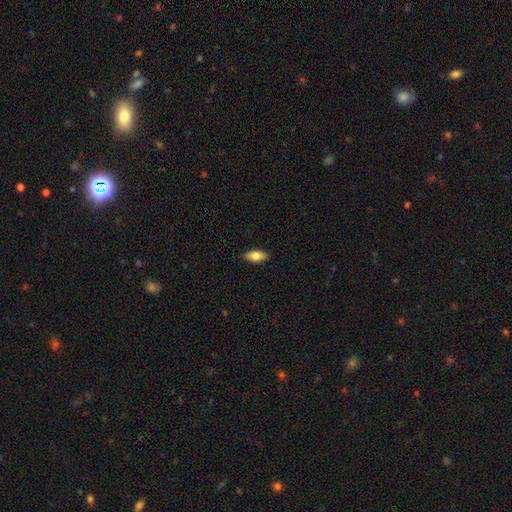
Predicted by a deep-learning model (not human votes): A smooth galaxy with no disk features (78%) that is in between round and cigar-shaped (88%). Merging: none (88%).